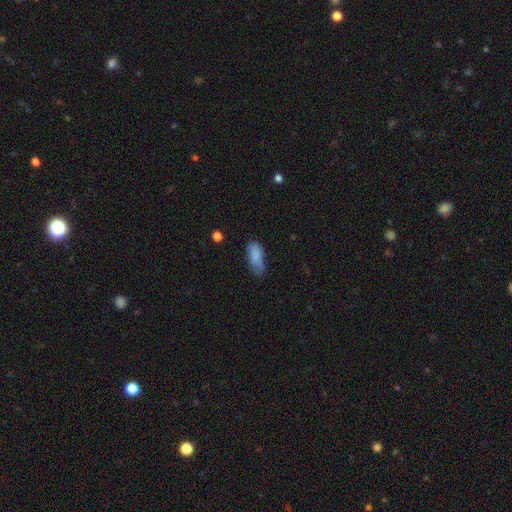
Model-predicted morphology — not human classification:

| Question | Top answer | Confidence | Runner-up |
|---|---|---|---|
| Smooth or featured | smooth | 83% | featured or disk (10%) |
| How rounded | in between | 82% | cigar-shaped (15%) |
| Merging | none | 58% | minor disturbance (31%) |